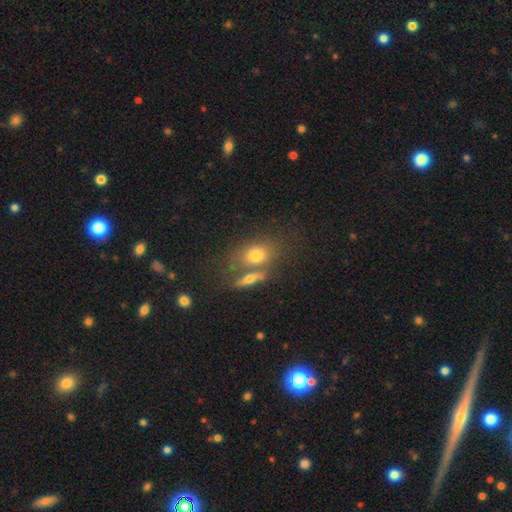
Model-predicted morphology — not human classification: A smooth galaxy with no disk features (72%) that is in between round and cigar-shaped (65%).

Vote fractions:
- Smooth or featured? smooth: 72% / featured or disk: 18% / star or artifact: 10%
- How rounded? in between: 65% / round: 29% / cigar-shaped: 6%
- Merging? none: 50% / merger: 33% / minor disturbance: 12% / major disturbance: 6%